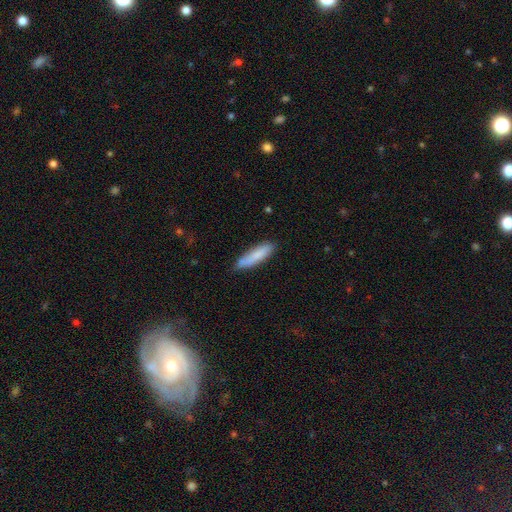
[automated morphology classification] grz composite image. It shows a smooth galaxy with no disk features (81%) that is cigar-shaped (77%). Merging: none (75%).